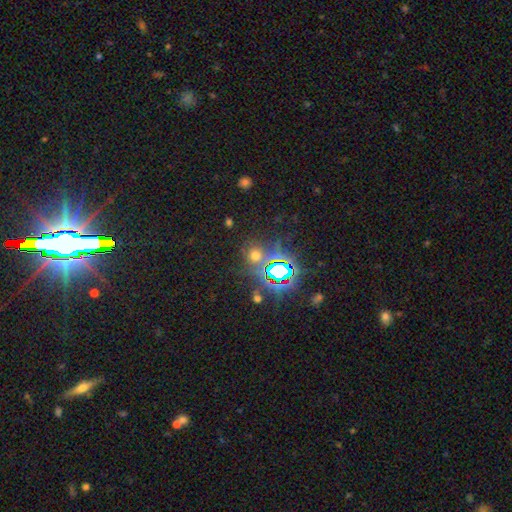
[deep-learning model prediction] Morphology: type=star or artifact (50%).